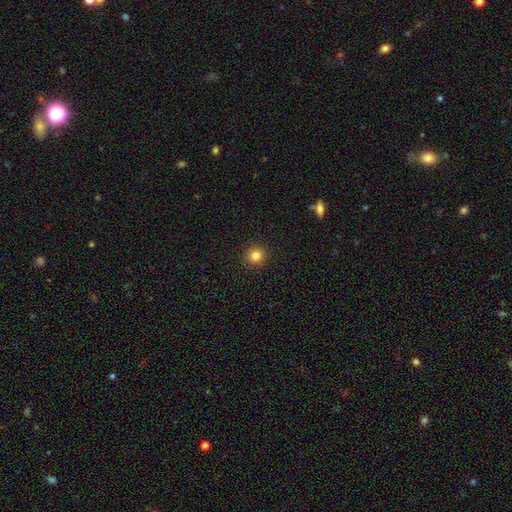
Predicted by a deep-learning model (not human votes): Smooth or featured? smooth (83%)
How rounded? round (94%)
Merging? none (92%)